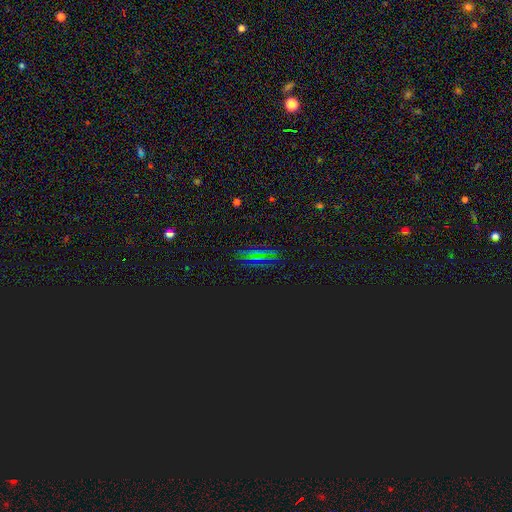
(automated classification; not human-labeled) The model was most divided on "smooth or featured": star or artifact: 58%, smooth: 28%, featured or disk: 14%.